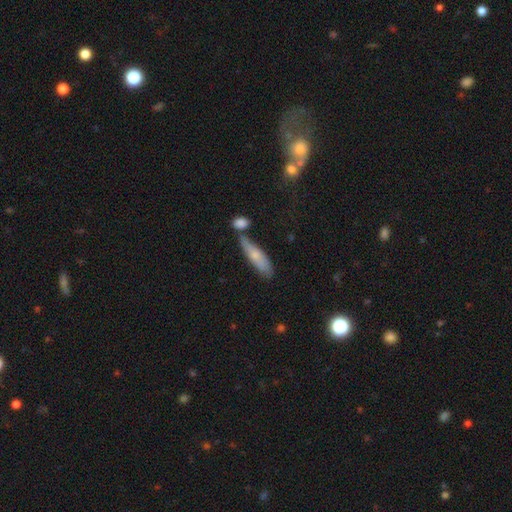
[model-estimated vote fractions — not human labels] smooth-or-featured: smooth: 63% | featured or disk: 30% | star or artifact: 7%
  how-rounded: cigar-shaped: 64% | in between: 34% | round: 2%
  merging: none: 60% | minor disturbance: 19% | merger: 16% | major disturbance: 5%